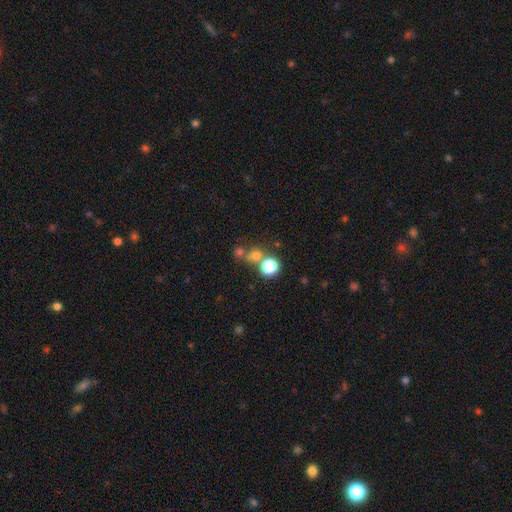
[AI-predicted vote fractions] Overall: smooth (68%). How rounded: round (86%). Merging: none (54%; merger 34%).